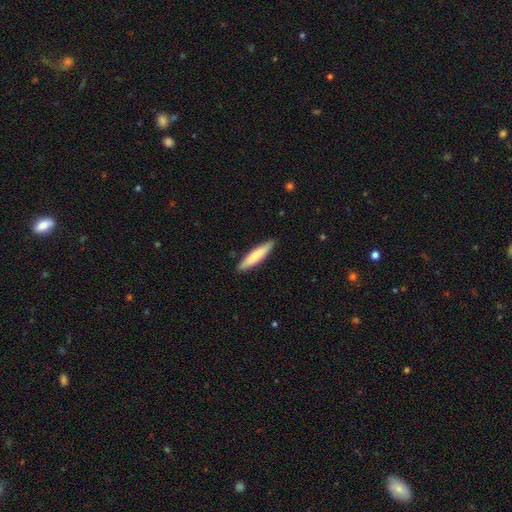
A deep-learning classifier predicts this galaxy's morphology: smooth 72%, featured or disk 23%, star or artifact 5%. Down the decision tree: how rounded — cigar-shaped (87%); merging — none (90%).